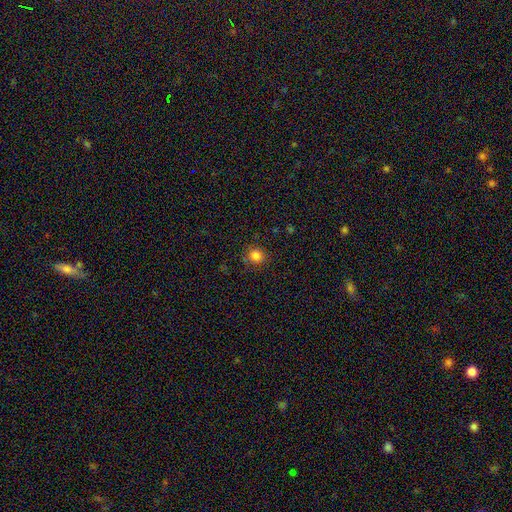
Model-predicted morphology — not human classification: Overall: smooth (83%). How rounded: round (88%). Merging: none (86%).